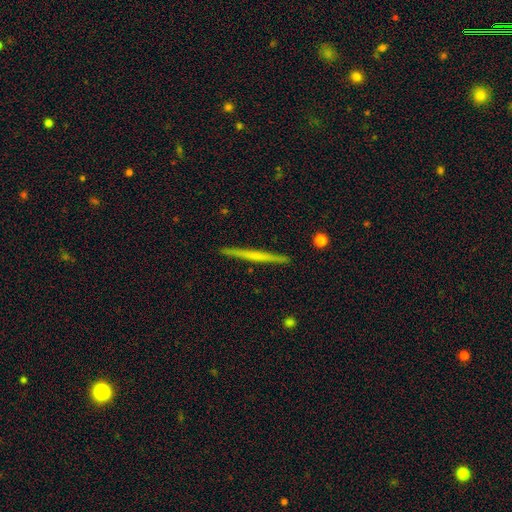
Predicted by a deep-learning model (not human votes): Smooth or featured? featured or disk (51%)
Edge-on disk? yes (98%)
Edge-on bulge? none (86%)
Merging? none (93%)